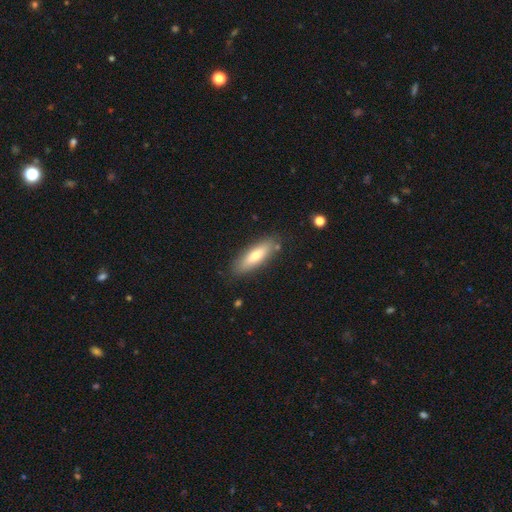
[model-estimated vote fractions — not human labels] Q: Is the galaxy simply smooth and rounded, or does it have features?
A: smooth — 66%.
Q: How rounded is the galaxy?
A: cigar-shaped — 54%.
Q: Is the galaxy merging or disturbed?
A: none — 84%.